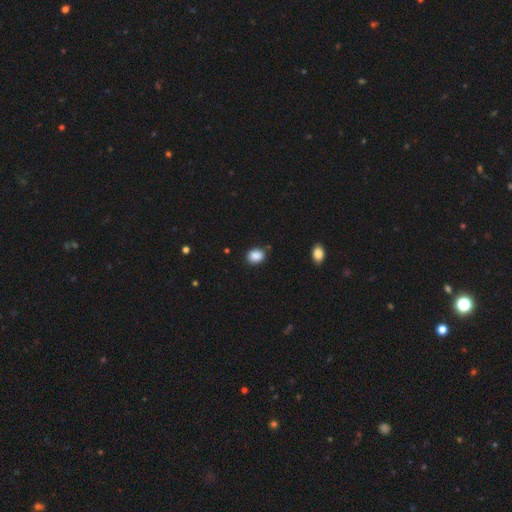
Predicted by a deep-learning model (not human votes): This is clearly a smooth galaxy (88%). How rounded: possibly in between (55%). Merging: clearly none (85%).